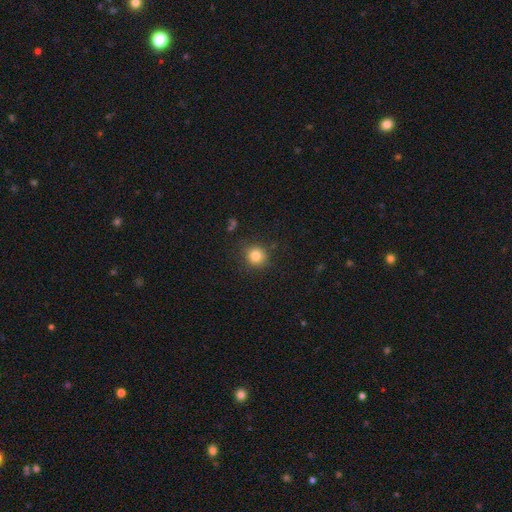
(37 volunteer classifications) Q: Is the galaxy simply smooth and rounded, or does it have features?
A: smooth — 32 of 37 (86%).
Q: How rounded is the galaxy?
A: round — 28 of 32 (88%).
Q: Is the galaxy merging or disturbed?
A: none — 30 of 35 (86%).